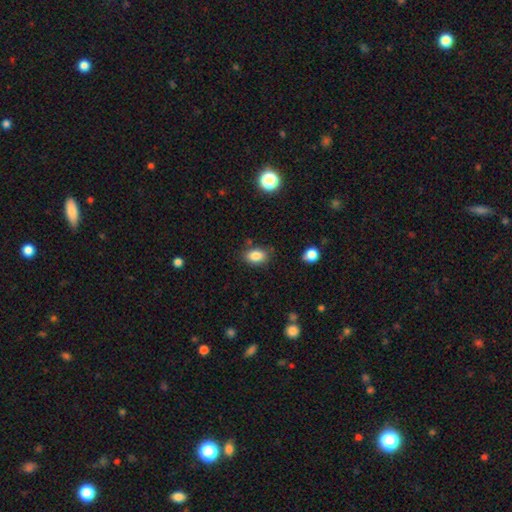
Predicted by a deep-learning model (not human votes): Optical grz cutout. It shows a smooth galaxy with no disk features (85%) that is in between round and cigar-shaped (84%). Merging: none (81%).